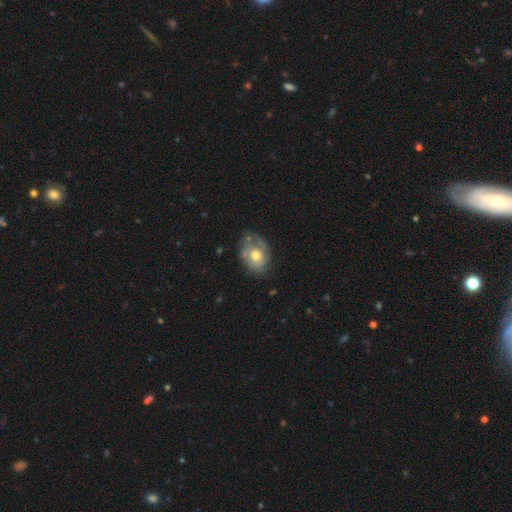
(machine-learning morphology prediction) Smooth or featured: featured or disk — 49% (smooth — 44%)
Merging: none — 57% (minor disturbance — 29%)